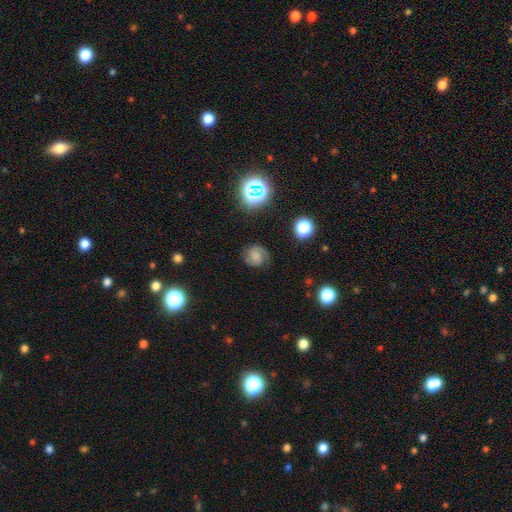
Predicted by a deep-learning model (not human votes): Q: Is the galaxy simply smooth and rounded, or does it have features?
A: featured or disk — 48%.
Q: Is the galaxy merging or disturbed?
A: none — 72%.